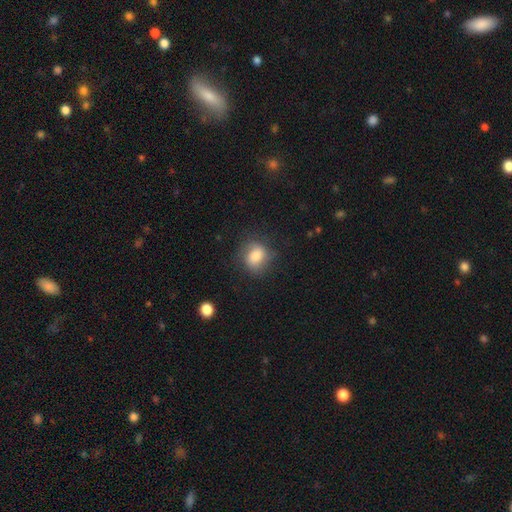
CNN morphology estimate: Q: Smooth or featured?
A: smooth (77%); runner-up: featured or disk (14%)
Q: How rounded?
A: round (63%); runner-up: in between (36%)
Q: Merging?
A: none (71%); runner-up: minor disturbance (20%)